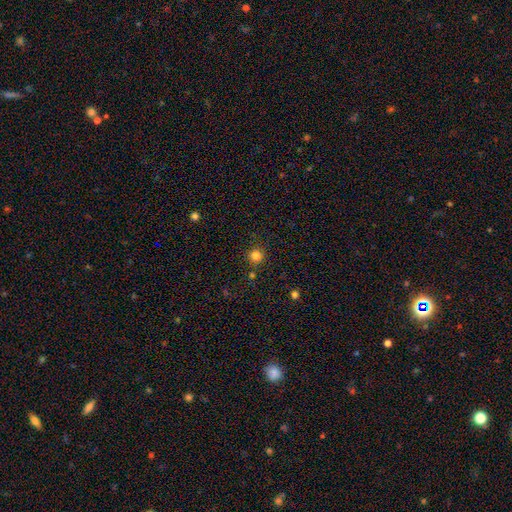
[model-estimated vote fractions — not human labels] Smooth or featured? smooth (82%)
How rounded? round (94%)
Merging? none (86%)